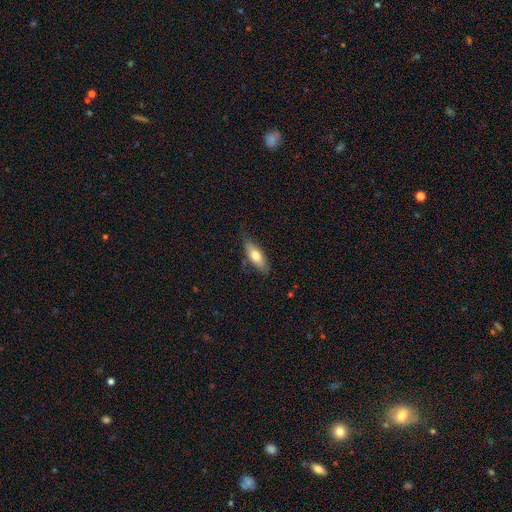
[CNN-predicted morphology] Smooth or featured: smooth — 68% (featured or disk — 26%)
How rounded: in between — 68% (cigar-shaped — 29%)
Merging: none — 74% (minor disturbance — 20%)